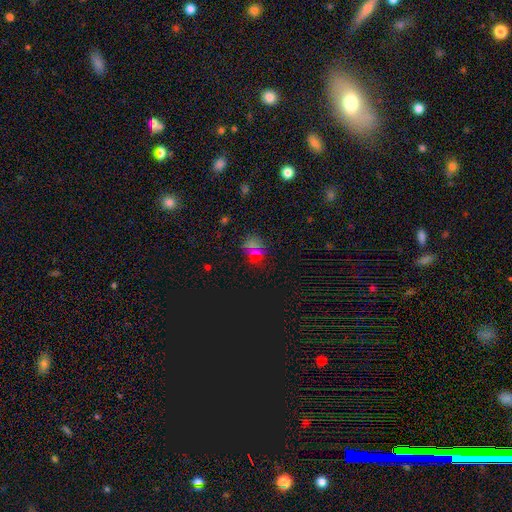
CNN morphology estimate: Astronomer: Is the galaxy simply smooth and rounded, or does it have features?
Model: star or artifact — 47% (runner-up: smooth, 46%).